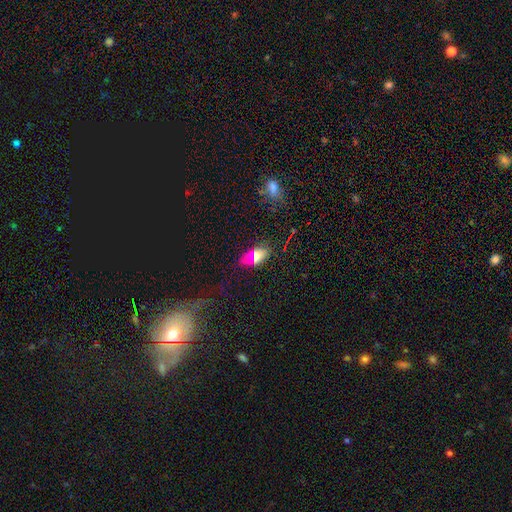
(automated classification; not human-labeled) Morphology: type=smooth (68%); roundness=in between (86%); merging=none (80%).